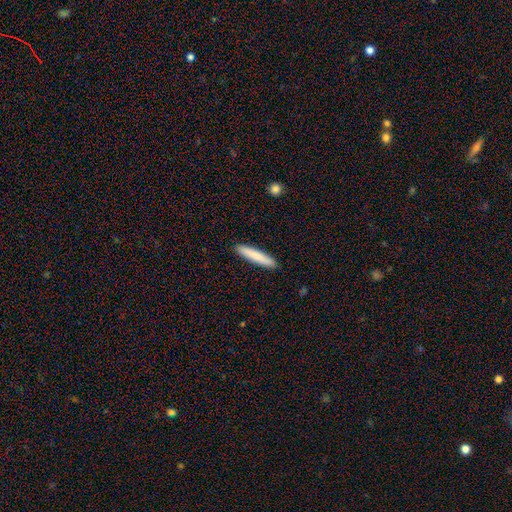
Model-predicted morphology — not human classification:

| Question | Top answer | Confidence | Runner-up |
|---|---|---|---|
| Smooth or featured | smooth | 81% | featured or disk (14%) |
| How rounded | cigar-shaped | 92% | in between (7%) |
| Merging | none | 92% | minor disturbance (6%) |